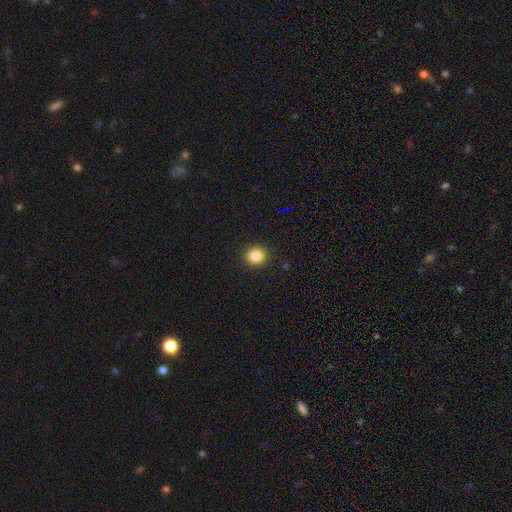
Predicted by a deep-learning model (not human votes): A smooth galaxy with no disk features (83%) that is round (89%).

Vote fractions:
- Smooth or featured? smooth: 83% / star or artifact: 11% / featured or disk: 5%
- How rounded? round: 89% / in between: 10% / cigar-shaped: 1%
- Merging? none: 92% / minor disturbance: 6% / major disturbance: 2% / merger: 1%